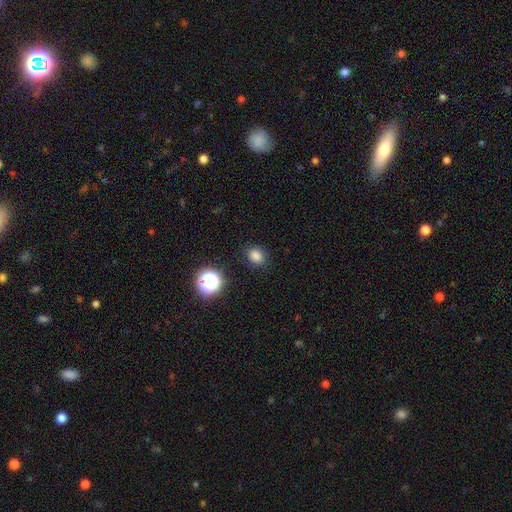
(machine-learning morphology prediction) Overall: smooth (81%). How rounded: round (66%; in between 33%). Merging: none (87%).